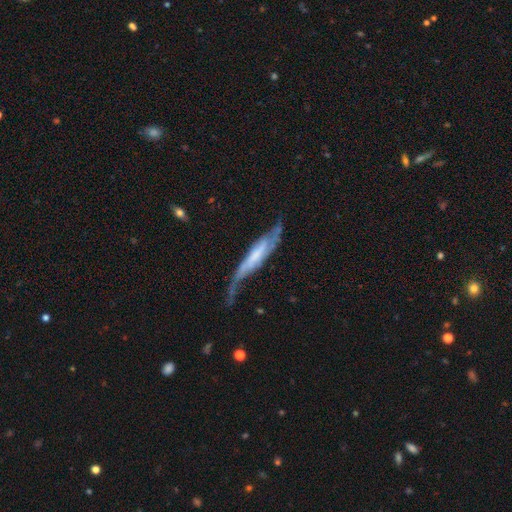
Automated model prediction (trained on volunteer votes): The model was most divided on "edge-on disk": no: 55%, yes: 45%. Remaining: smooth or featured — featured or disk (70%); merging — none (43%).